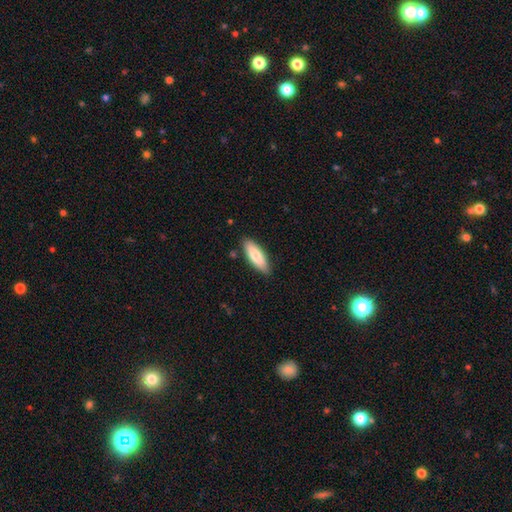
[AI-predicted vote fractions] Smooth or featured? Predicted: smooth (p=0.80). How rounded? Predicted: in between (p=0.62). Merging? Predicted: none (p=0.86).